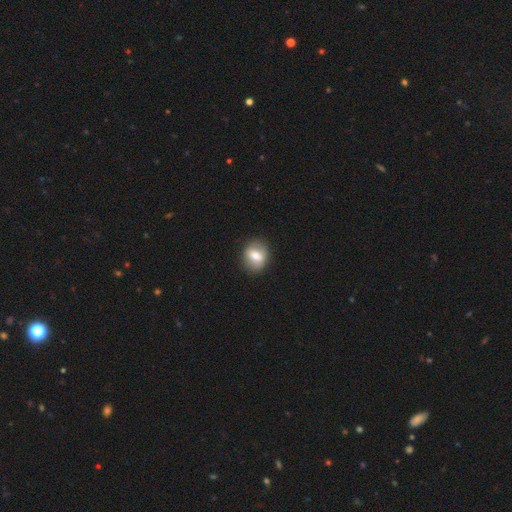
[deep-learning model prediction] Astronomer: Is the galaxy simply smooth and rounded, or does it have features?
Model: smooth — 64%.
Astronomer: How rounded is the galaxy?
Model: round — 62%.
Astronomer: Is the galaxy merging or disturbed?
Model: none — 87%.